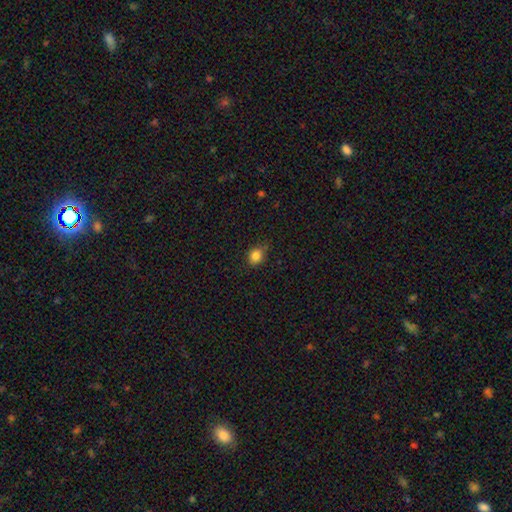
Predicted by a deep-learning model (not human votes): Overall: smooth (83%). How rounded: round (71%). Merging: none (75%).